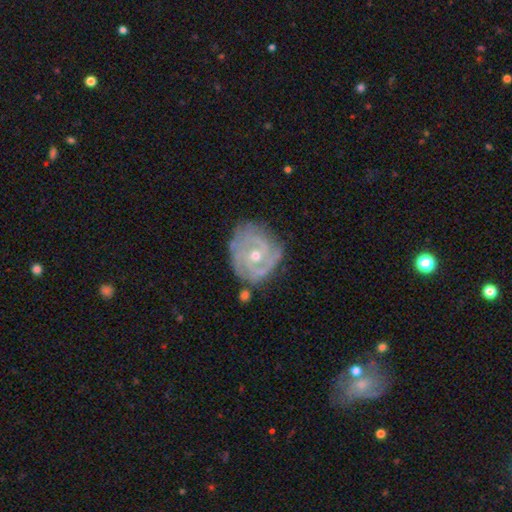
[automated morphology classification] The model was most divided on "spiral arm count": 2: 33%, 3: 27%, can't tell: 24%, 4: 6%, 1: 5%, more than 4: 4%. More confident: edge-on disk — no (97%); spiral arms — yes (94%); smooth or featured — featured or disk (87%); bar — no (70%); spiral winding — tight (68%); merging — none (66%); bulge size — moderate (59%).